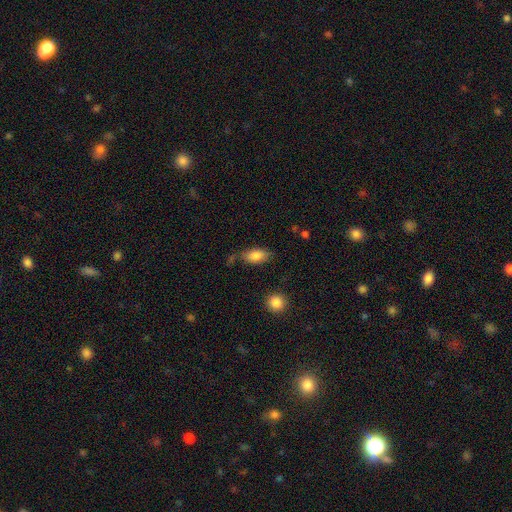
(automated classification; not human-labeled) Morphology: type=smooth (82%); roundness=in between (89%); merging=none (69%).